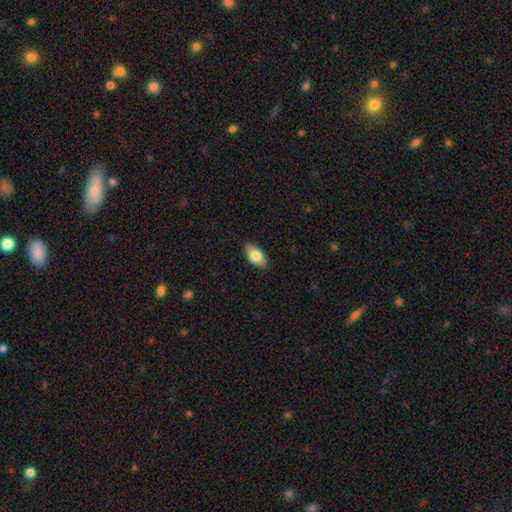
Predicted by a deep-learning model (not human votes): smooth_or_featured: smooth (p=0.81) [alt: featured or disk p=0.13]
how_rounded: in between (p=0.92) [alt: cigar-shaped p=0.04]
merging: none (p=0.86) [alt: minor disturbance p=0.10]